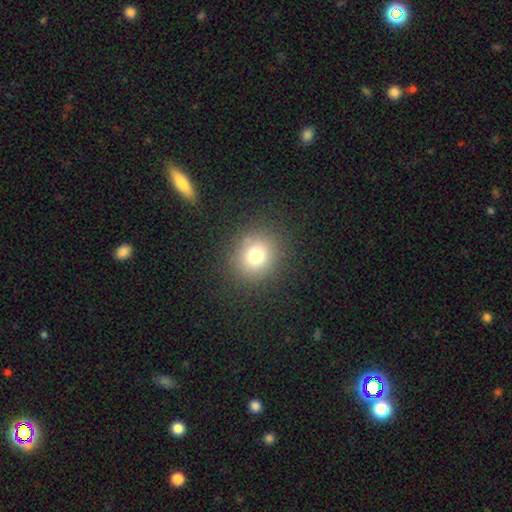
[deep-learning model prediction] smooth 75%, star or artifact 16%, featured or disk 9%. Down the decision tree: how rounded — round (82%); merging — none (88%).